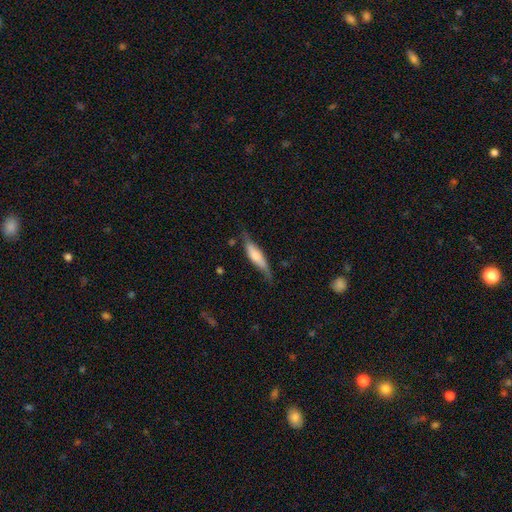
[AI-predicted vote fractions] smooth 53%, featured or disk 41%, star or artifact 6%. Down the decision tree: how rounded — cigar-shaped (63%); merging — none (62%).